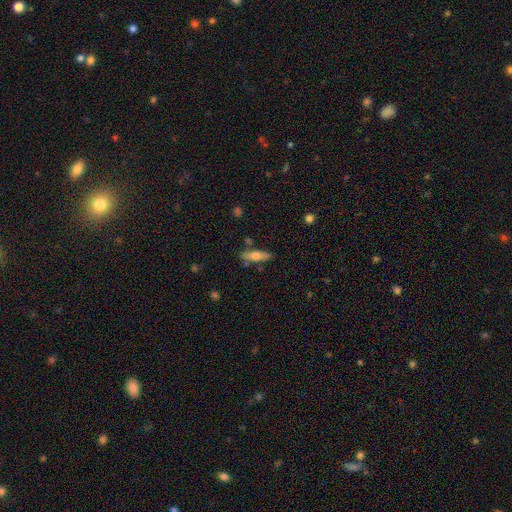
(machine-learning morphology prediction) Smooth or featured: smooth — 49% (featured or disk — 44%)
Merging: none — 79% (minor disturbance — 13%)